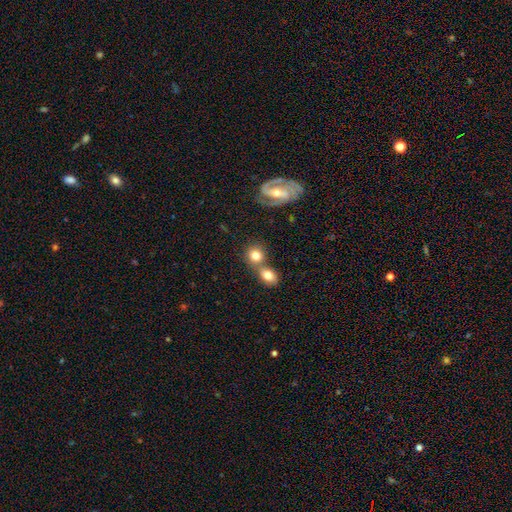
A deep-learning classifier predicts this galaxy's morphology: The model was most divided on "merging": none: 45%, merger: 41%, minor disturbance: 9%, major disturbance: 4%. More confident: how rounded — round (76%); smooth or featured — smooth (73%).